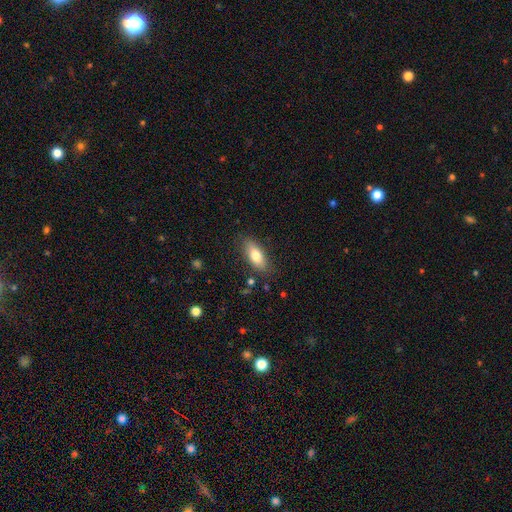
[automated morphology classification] This appears to be a smooth galaxy with no disk features (76%) that is in between round and cigar-shaped (79%). Merging: none (84%).